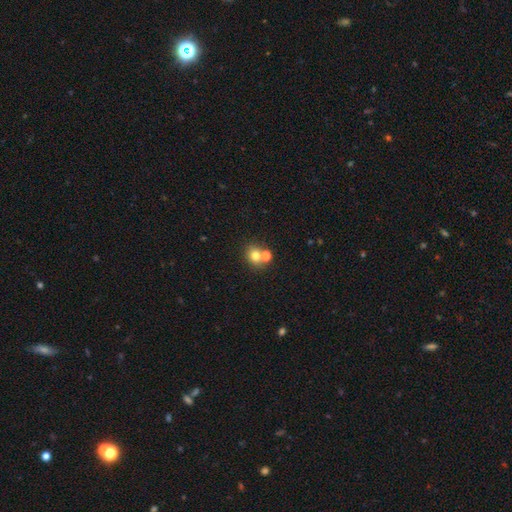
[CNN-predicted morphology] Smooth or featured: smooth — 73% (star or artifact — 15%)
How rounded: round — 73% (in between — 26%)
Merging: none — 55% (merger — 34%)